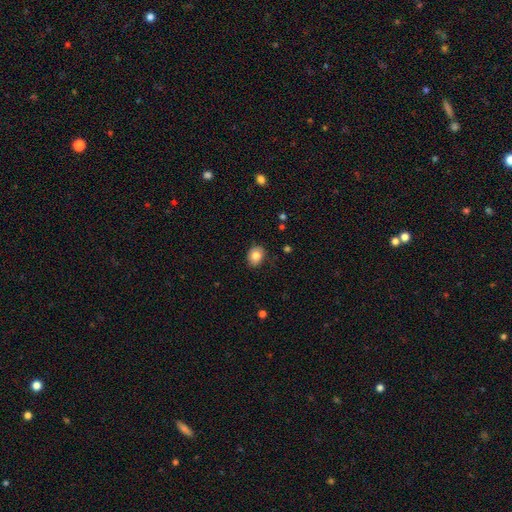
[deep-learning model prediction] smooth_or_featured: smooth (p=0.82) [alt: featured or disk p=0.09]
how_rounded: in between (p=0.54) [alt: round p=0.45]
merging: none (p=0.83) [alt: minor disturbance p=0.13]